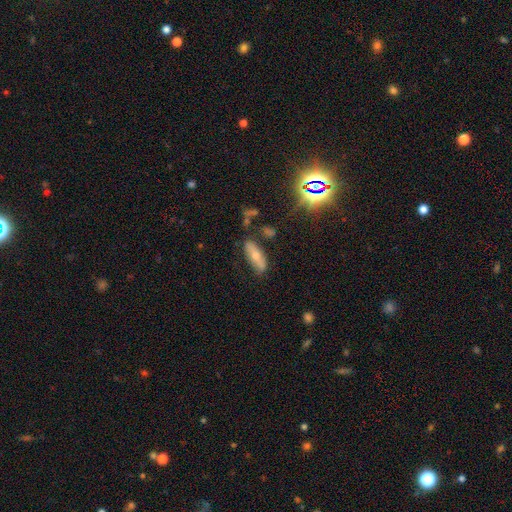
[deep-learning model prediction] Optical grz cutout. It shows a smooth galaxy with no disk features (60%) that is in between round and cigar-shaped (61%). Merging: none (74%).